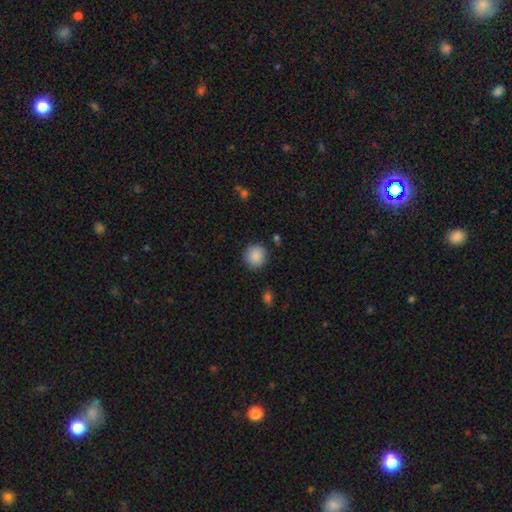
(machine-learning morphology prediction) Smooth or featured? smooth (89%)
How rounded? round (92%)
Merging? none (89%)